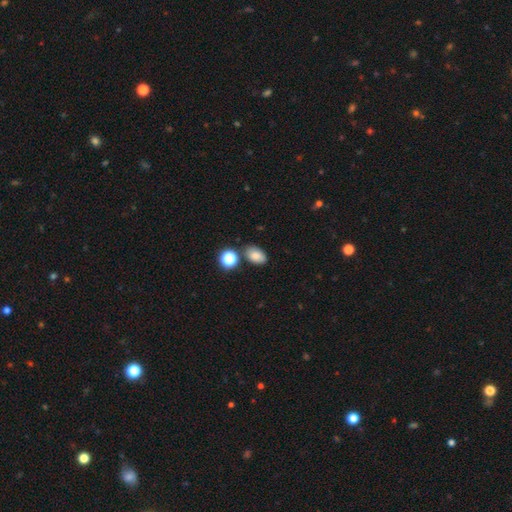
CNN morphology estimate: smooth-or-featured: smooth: 82% | star or artifact: 11% | featured or disk: 7%
  how-rounded: in between: 85% | round: 14% | cigar-shaped: 1%
  merging: none: 75% | minor disturbance: 13% | merger: 9% | major disturbance: 3%